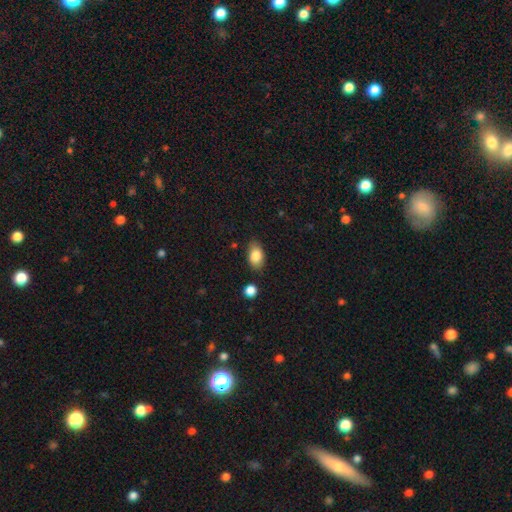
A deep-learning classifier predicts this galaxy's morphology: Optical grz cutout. It shows a smooth galaxy with no disk features (84%) that is in between round and cigar-shaped (89%). Merging: none (80%).